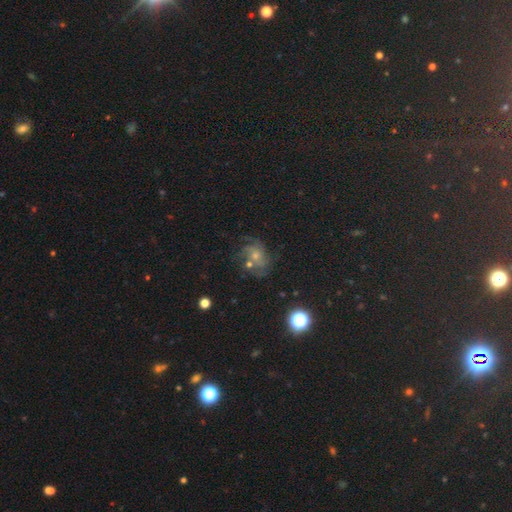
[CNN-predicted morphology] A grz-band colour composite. It shows a featured or disk galaxy (42%). Merging: none (62%).